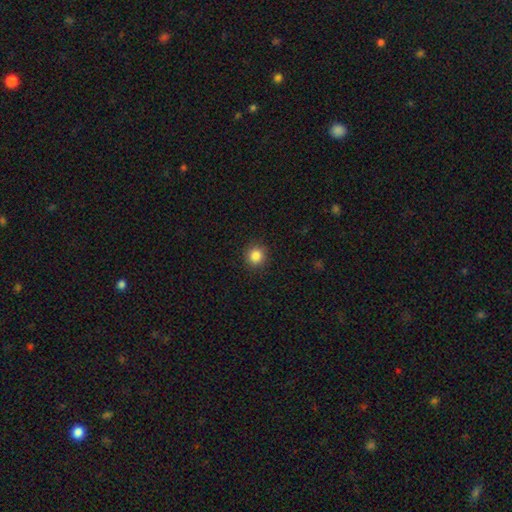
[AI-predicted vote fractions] Morphology: type=smooth (85%); roundness=round (92%); merging=none (92%).